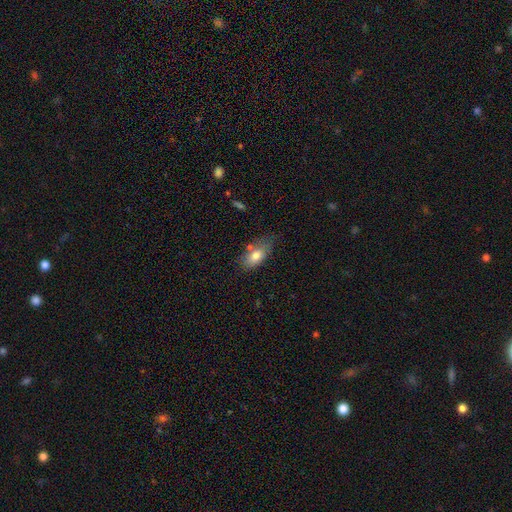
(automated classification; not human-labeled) Overall: smooth (76%). How rounded: in between (89%). Merging: none (57%; minor disturbance 27%).